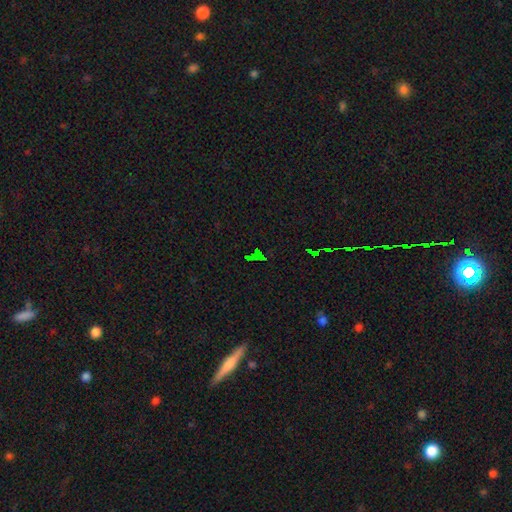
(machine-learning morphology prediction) type=star or artifact (67%).